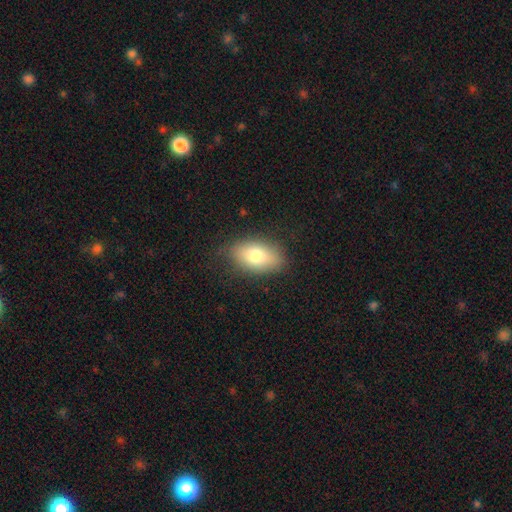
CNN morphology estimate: Smooth or featured: smooth — 77% (featured or disk — 15%)
How rounded: in between — 89% (round — 8%)
Merging: none — 79% (minor disturbance — 15%)